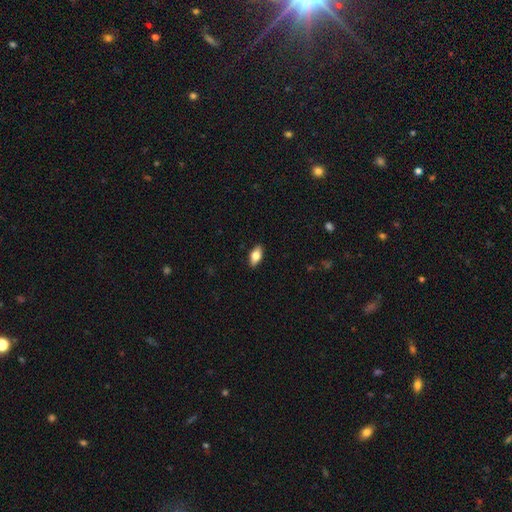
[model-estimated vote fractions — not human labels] This appears to be a smooth galaxy with no disk features (75%) that is in between round and cigar-shaped (87%). Merging: none (89%).